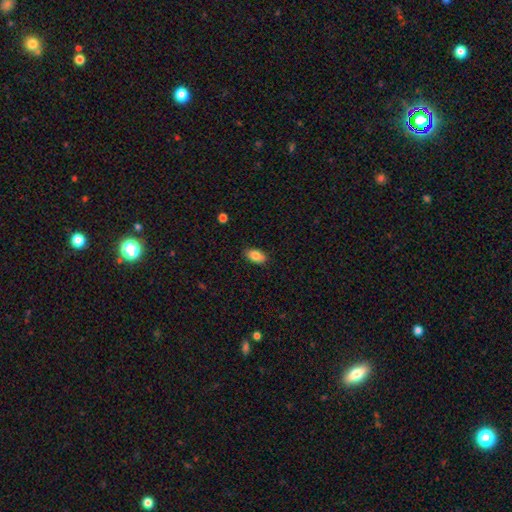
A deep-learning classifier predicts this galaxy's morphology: This appears to be a smooth galaxy with no disk features (85%) that is in between round and cigar-shaped (92%). Merging: none (86%).